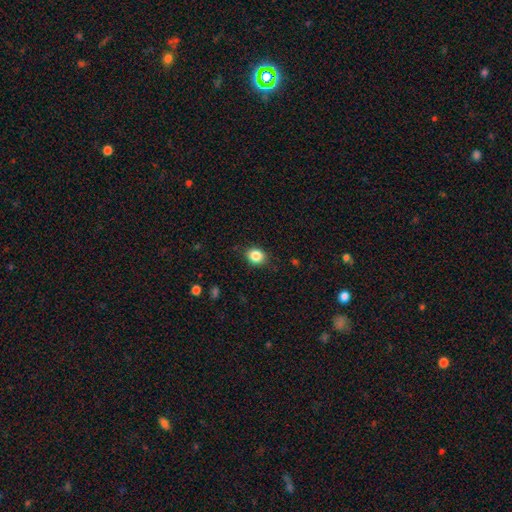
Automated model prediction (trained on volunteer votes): Smooth or featured?
  - smooth: 85% *
  - star or artifact: 10%
  - featured or disk: 5%
How rounded?
  - round: 63% *
  - in between: 36%
  - cigar-shaped: 1%
Merging?
  - none: 84% *
  - minor disturbance: 12%
  - major disturbance: 3%
  - merger: 1%